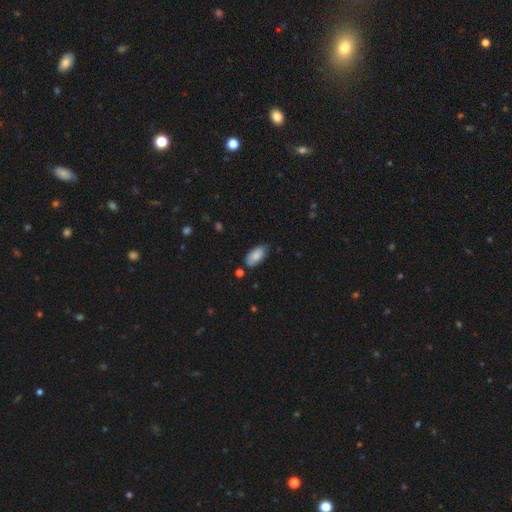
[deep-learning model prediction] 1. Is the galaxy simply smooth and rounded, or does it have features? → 84% smooth, 10% featured or disk, 7% star or artifact.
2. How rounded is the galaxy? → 94% in between, 4% cigar-shaped, 2% round.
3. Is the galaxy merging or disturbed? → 71% none, 23% minor disturbance, 4% major disturbance, 3% merger.